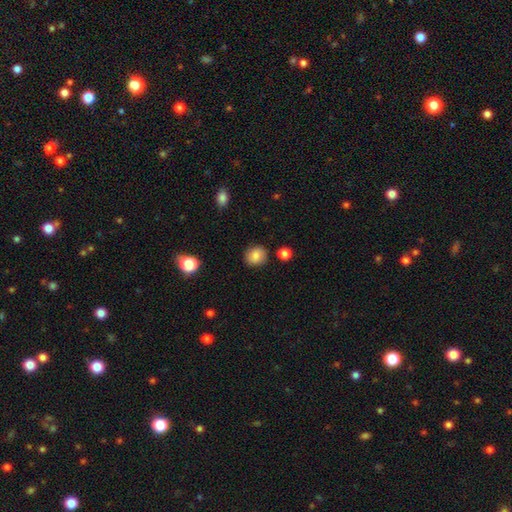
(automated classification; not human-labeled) Overall: smooth (85%). How rounded: round (77%). Merging: none (86%).